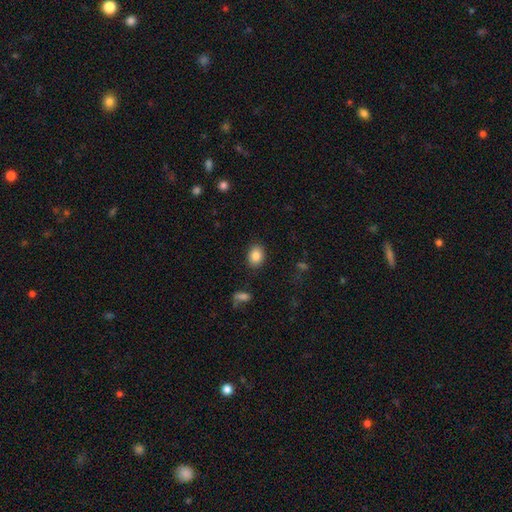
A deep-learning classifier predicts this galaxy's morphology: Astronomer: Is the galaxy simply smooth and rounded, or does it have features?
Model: smooth — 86%.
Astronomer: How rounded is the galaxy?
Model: in between — 66%.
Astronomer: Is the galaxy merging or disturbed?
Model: none — 86%.